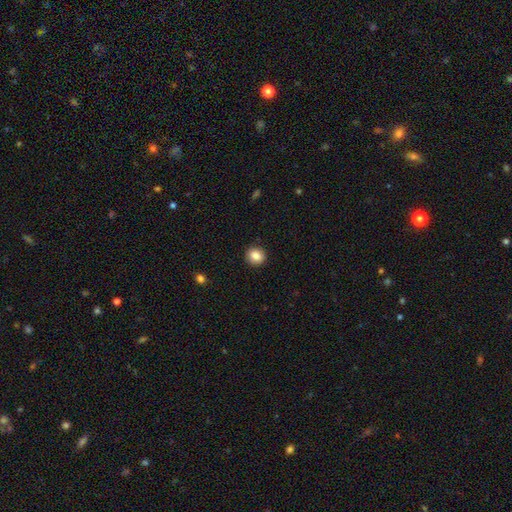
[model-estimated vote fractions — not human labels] Overall: smooth (86%). How rounded: round (81%). Merging: none (91%).